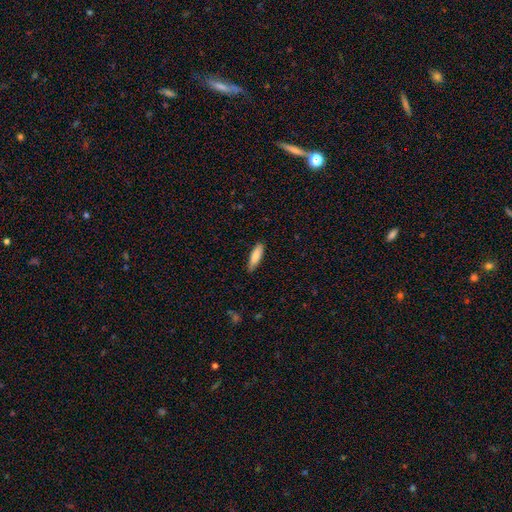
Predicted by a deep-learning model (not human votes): smooth-or-featured: smooth: 85% | featured or disk: 9% | star or artifact: 6%
  how-rounded: cigar-shaped: 57% | in between: 42% | round: 1%
  merging: none: 84% | minor disturbance: 13% | major disturbance: 2% | merger: 1%